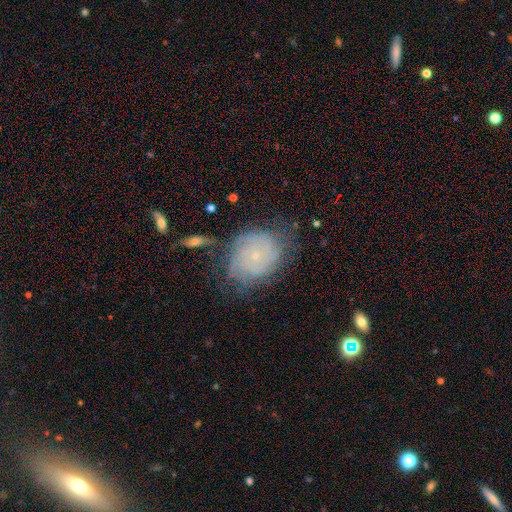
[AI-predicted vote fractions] Overall: featured or disk (67%). Edge-on disk: no (97%). Bar: no (84%). Spiral arms: yes (87%). Spiral arm count: can't tell (46%; 4 14%). Spiral winding: tight (69%). Bulge size: small (85%). Merging: none (62%; minor disturbance 23%).